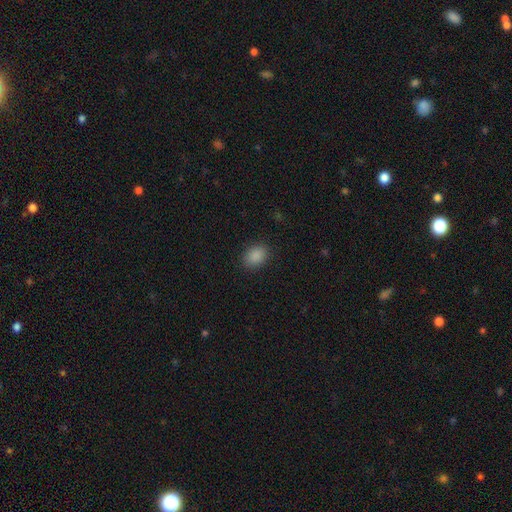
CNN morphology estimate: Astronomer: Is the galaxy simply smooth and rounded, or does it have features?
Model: smooth — 88%.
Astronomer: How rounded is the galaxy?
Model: in between — 70%.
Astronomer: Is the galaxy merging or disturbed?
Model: none — 87%.